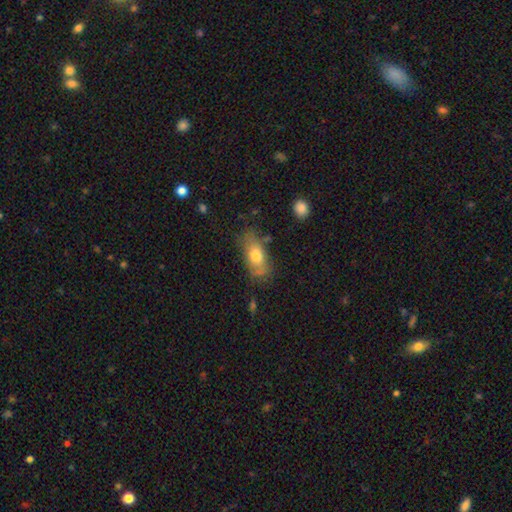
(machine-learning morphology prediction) smooth_or_featured: smooth (p=0.71) [alt: featured or disk p=0.22]
how_rounded: in between (p=0.83) [alt: cigar-shaped p=0.11]
merging: none (p=0.63) [alt: minor disturbance p=0.24]